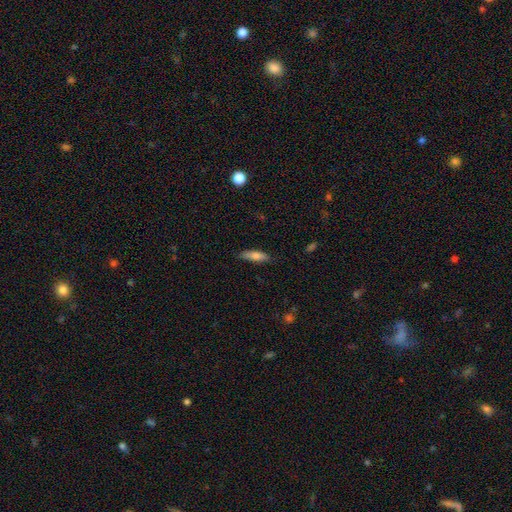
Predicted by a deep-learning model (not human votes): Morphology: type=smooth (76%); roundness=cigar-shaped (58%); merging=none (80%).